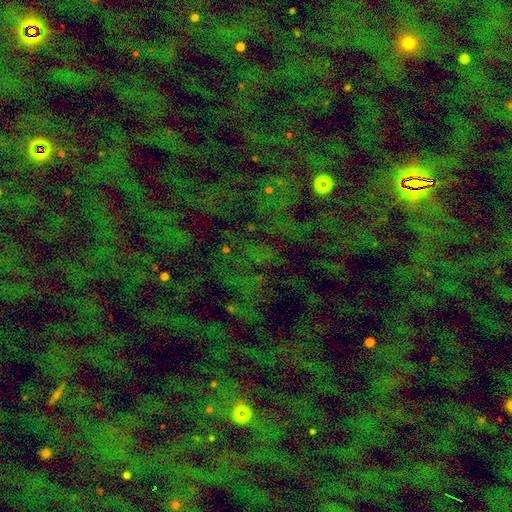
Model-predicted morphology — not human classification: Smooth or featured? star or artifact (70%)